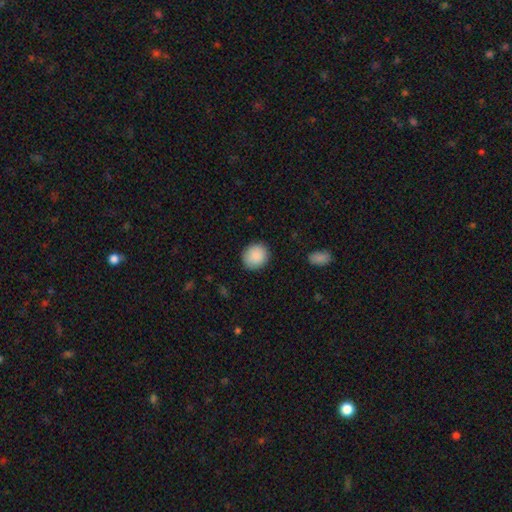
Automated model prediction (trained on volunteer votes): smooth_or_featured: smooth (p=0.90) [alt: star or artifact p=0.07]
how_rounded: round (p=0.83) [alt: in between p=0.16]
merging: none (p=0.89) [alt: minor disturbance p=0.08]